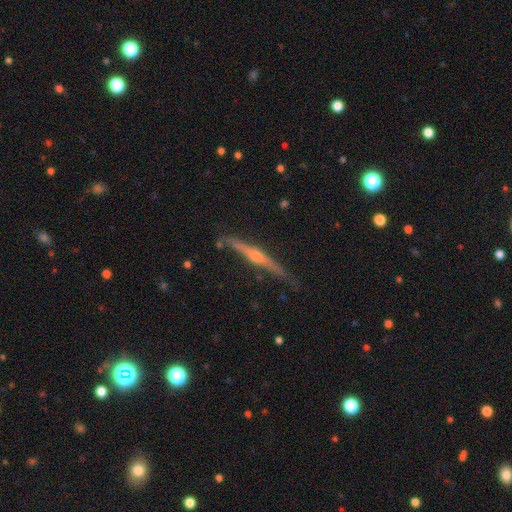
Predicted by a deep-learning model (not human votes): featured or disk 83%, smooth 11%, star or artifact 6%. Down the decision tree: edge-on disk — yes (98%); edge-on bulge — rounded (87%); merging — none (86%).